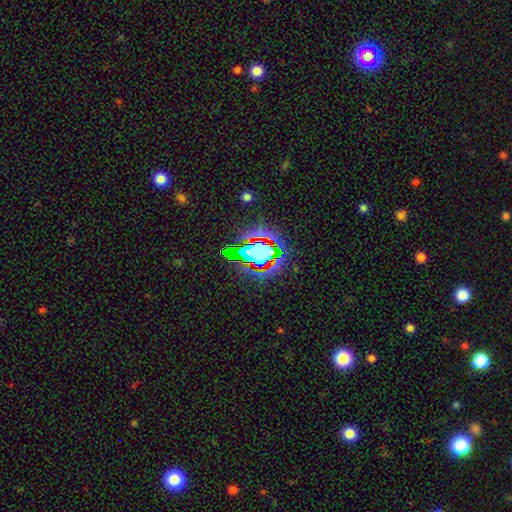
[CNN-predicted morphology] This appears to be a star or artifact, not a galaxy (56%).